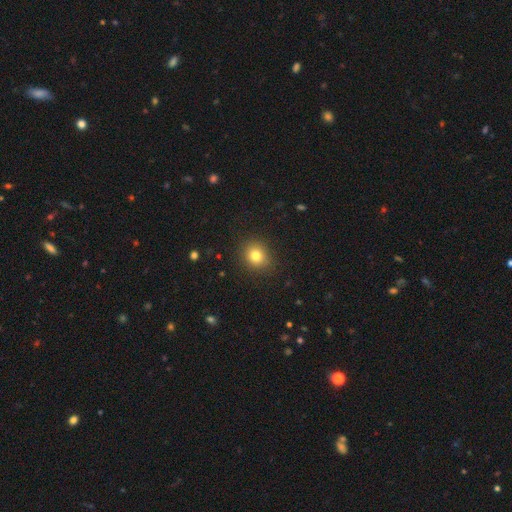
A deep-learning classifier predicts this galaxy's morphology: Smooth or featured?
  - smooth: 80% *
  - star or artifact: 13%
  - featured or disk: 8%
How rounded?
  - round: 74% *
  - in between: 25%
  - cigar-shaped: 1%
Merging?
  - none: 88% *
  - minor disturbance: 8%
  - major disturbance: 3%
  - merger: 1%